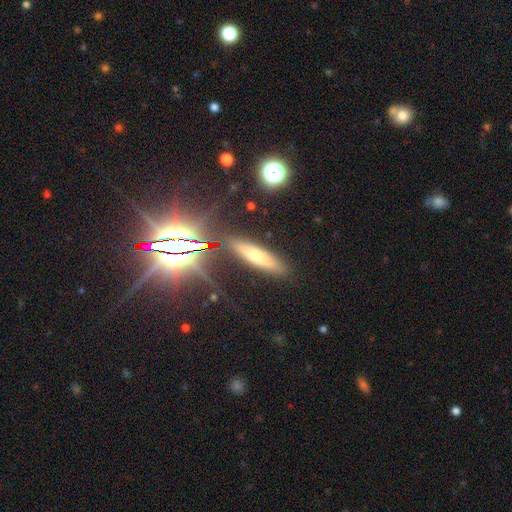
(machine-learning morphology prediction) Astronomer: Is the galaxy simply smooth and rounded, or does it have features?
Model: smooth — 39% (runner-up: star or artifact, 32%).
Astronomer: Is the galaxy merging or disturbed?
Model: none — 85%.